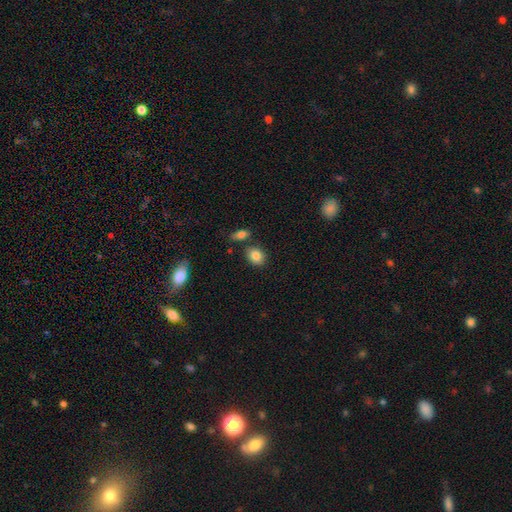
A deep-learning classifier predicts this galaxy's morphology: A smooth galaxy with no disk features (85%) that is in between round and cigar-shaped (53%). Merging: none (77%).